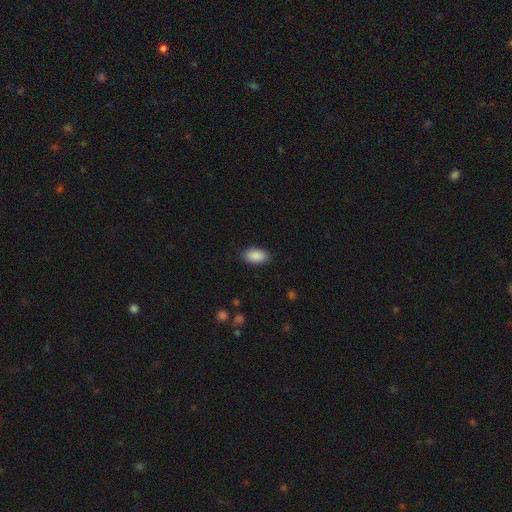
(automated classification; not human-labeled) Smooth or featured: smooth — 90% (star or artifact — 6%)
How rounded: in between — 94% (round — 4%)
Merging: none — 88% (minor disturbance — 9%)